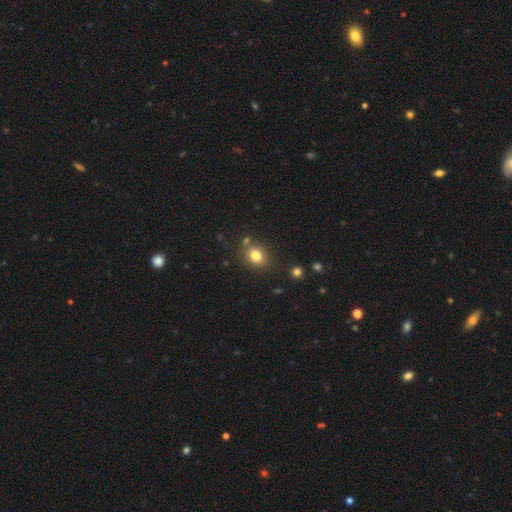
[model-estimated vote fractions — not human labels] Q: Smooth or featured?
A: smooth (80%); runner-up: star or artifact (12%)
Q: How rounded?
A: round (61%); runner-up: in between (38%)
Q: Merging?
A: none (78%); runner-up: minor disturbance (11%)